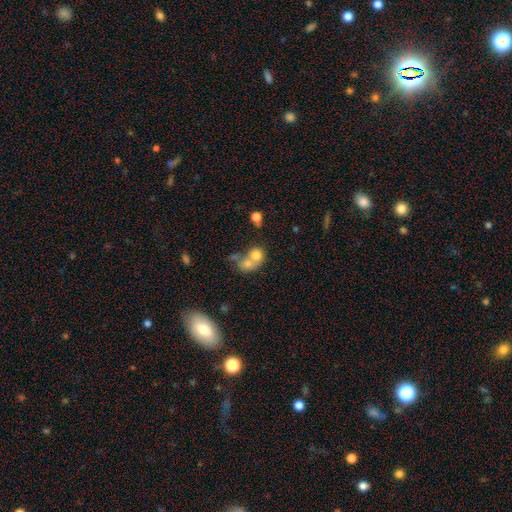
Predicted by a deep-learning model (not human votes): Morphology: type=smooth (72%); roundness=round (69%); merging=merger (64%).